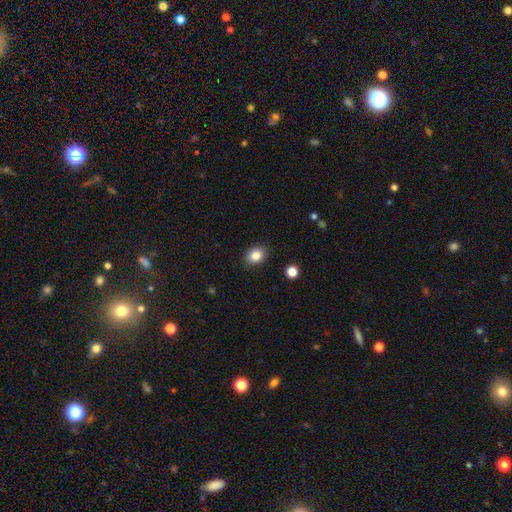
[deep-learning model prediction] A smooth galaxy with no disk features (85%) that is in between round and cigar-shaped (64%). Merging: none (86%).